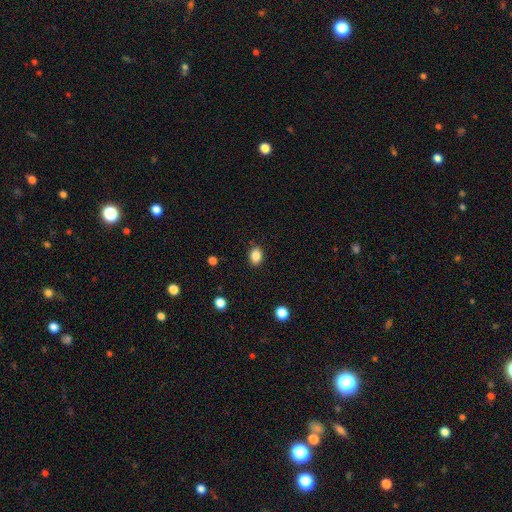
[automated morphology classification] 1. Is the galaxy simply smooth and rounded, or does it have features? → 86% smooth, 10% star or artifact, 4% featured or disk.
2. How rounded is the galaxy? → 66% in between, 33% round, 1% cigar-shaped.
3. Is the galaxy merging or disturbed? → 87% none, 9% minor disturbance, 2% major disturbance, 1% merger.